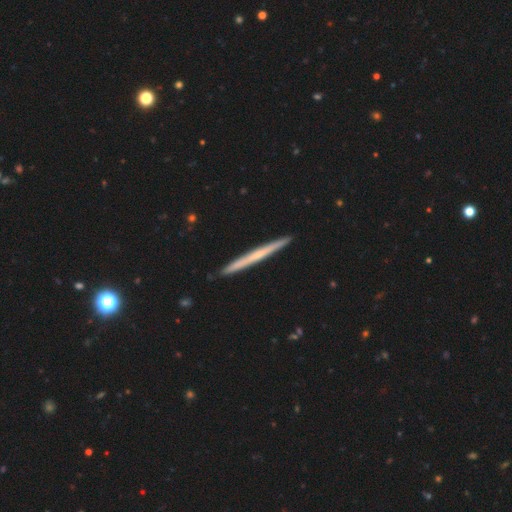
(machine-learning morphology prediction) type=featured or disk (56%); edge-on=yes (97%); edge-on bulge=none (76%); merging=none (92%).